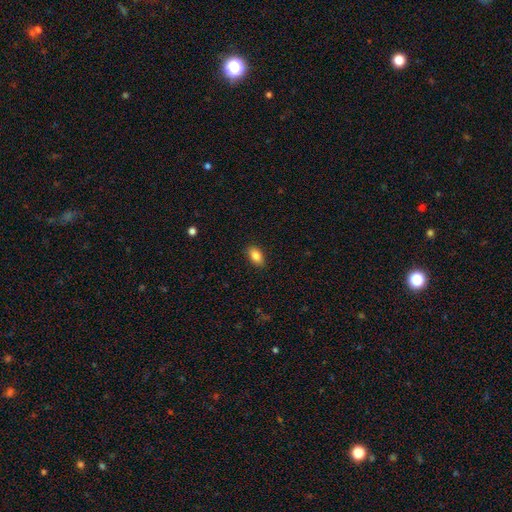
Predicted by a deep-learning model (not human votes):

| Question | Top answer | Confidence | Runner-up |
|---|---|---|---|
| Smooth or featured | smooth | 87% | star or artifact (8%) |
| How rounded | in between | 89% | round (9%) |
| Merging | none | 87% | minor disturbance (10%) |